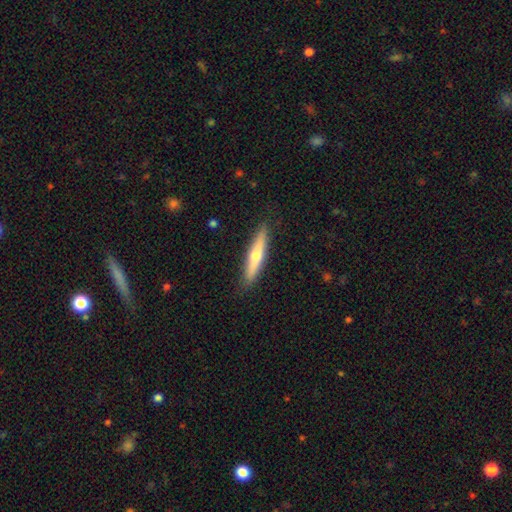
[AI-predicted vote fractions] A smooth galaxy with no disk features (48%).

Vote fractions:
- Smooth or featured? smooth: 48% / featured or disk: 47% / star or artifact: 5%
- Merging? none: 89% / minor disturbance: 8% / major disturbance: 2% / merger: 1%